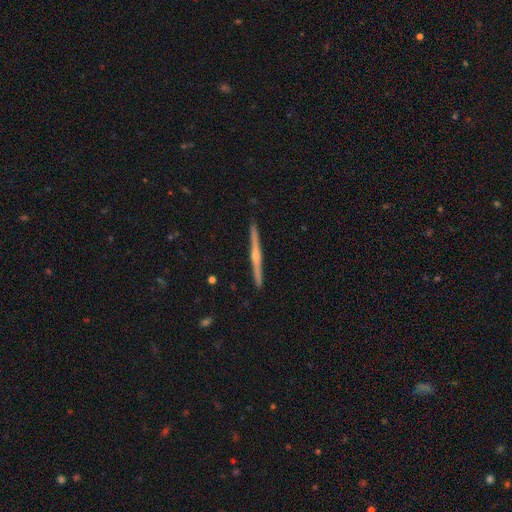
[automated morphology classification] This is likely a featured or disk galaxy (79%). It is clearly viewed edge-on (99%). Edge-on bulge: likely rounded (79%). Merging: clearly none (93%).